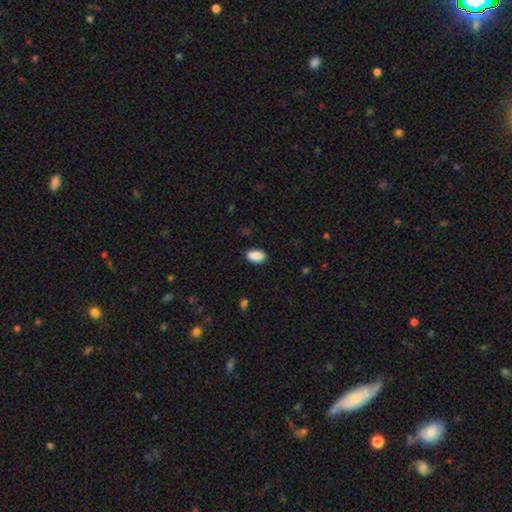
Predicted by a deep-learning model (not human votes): This appears to be a smooth galaxy with no disk features (90%) that is in between round and cigar-shaped (93%). Merging: none (87%).